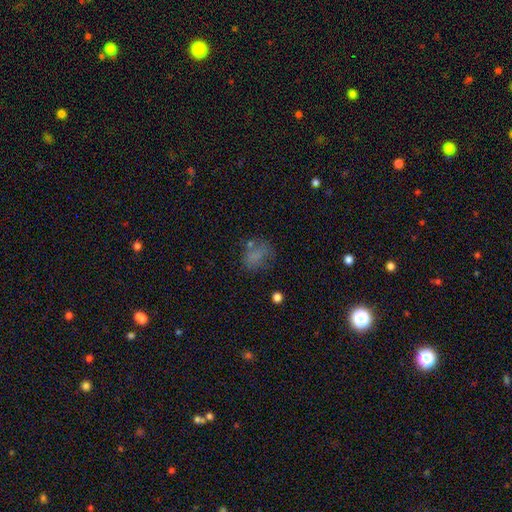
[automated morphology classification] smooth_or_featured: smooth (p=0.65) [alt: star or artifact p=0.19]
how_rounded: in between (p=0.60) [alt: round p=0.38]
merging: none (p=0.54) [alt: minor disturbance p=0.22]